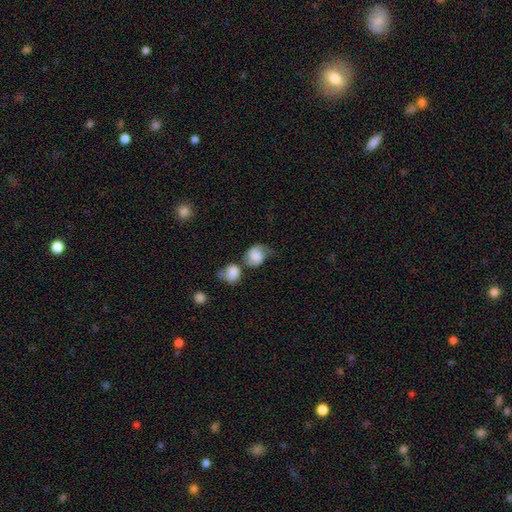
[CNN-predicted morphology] smooth-or-featured: smooth: 64% | featured or disk: 28% | star or artifact: 8%
  how-rounded: round: 65% | in between: 34% | cigar-shaped: 1%
  merging: merger: 31% | none: 29% | minor disturbance: 22% | major disturbance: 18%